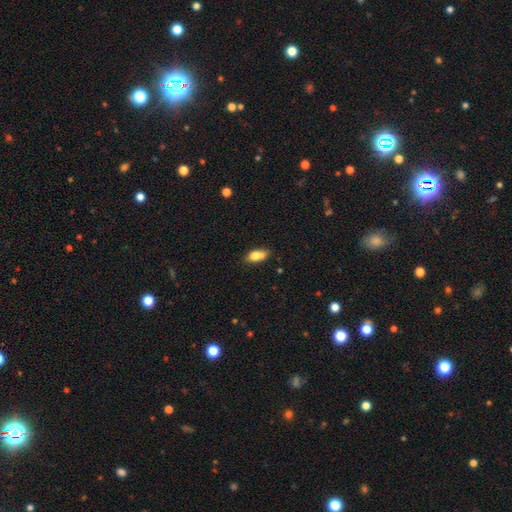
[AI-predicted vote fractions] Morphology: type=smooth (79%); roundness=in between (85%); merging=none (69%).